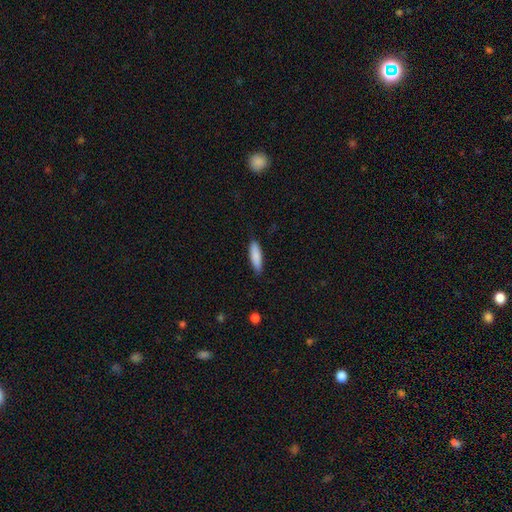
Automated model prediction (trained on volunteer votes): A smooth galaxy with no disk features (87%) that is cigar-shaped (64%).

Vote fractions:
- Smooth or featured? smooth: 87% / featured or disk: 7% / star or artifact: 6%
- How rounded? cigar-shaped: 64% / in between: 34% / round: 1%
- Merging? none: 86% / minor disturbance: 11% / major disturbance: 2% / merger: 1%